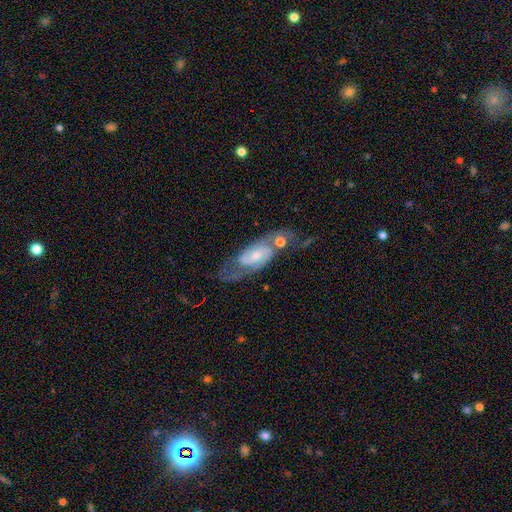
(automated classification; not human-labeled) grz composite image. It shows a featured or disk galaxy (81%) with a weak bar (45%), 2 (84%) medium (50%) spiral arms (94%) and a small central bulge (48%). Merging: none (51%).